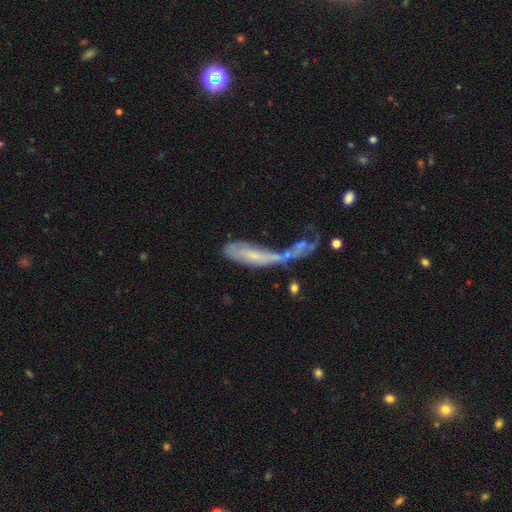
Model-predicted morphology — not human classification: type=featured or disk (47%); merging=merger (47%).